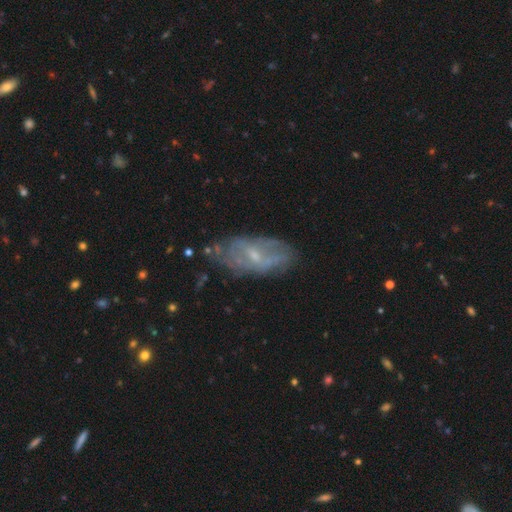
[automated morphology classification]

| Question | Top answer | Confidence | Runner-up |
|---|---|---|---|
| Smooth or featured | featured or disk | 64% | smooth (26%) |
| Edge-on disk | no | 88% | yes (12%) |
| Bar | weak | 46% | no (43%) |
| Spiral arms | yes | 54% | no (46%) |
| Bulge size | small | 65% | moderate (27%) |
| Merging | none | 65% | minor disturbance (23%) |